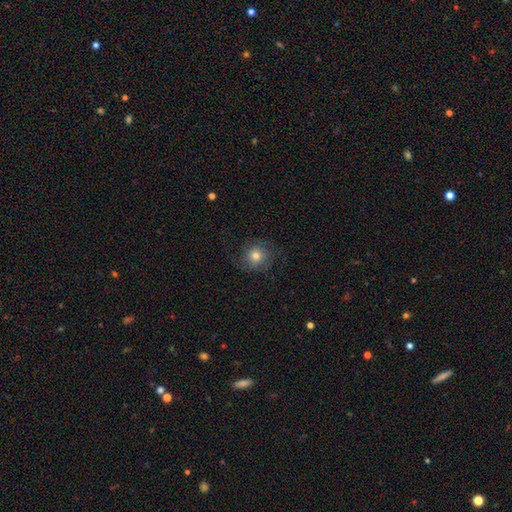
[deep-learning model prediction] Overall: smooth (61%; featured or disk 29%). How rounded: round (85%). Merging: none (70%).